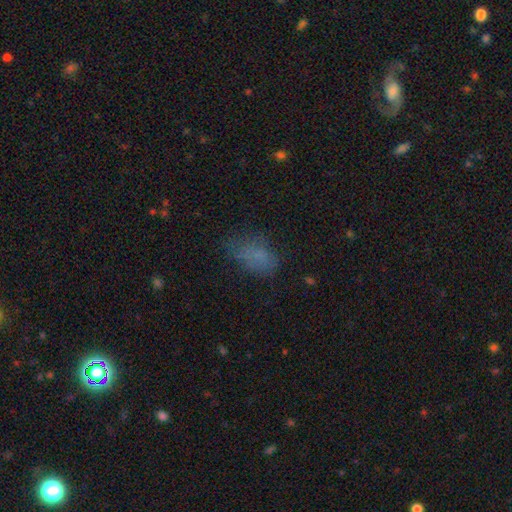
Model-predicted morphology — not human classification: This is likely a smooth galaxy (70%). How rounded: clearly in between (87%). Merging: possibly none (52%).